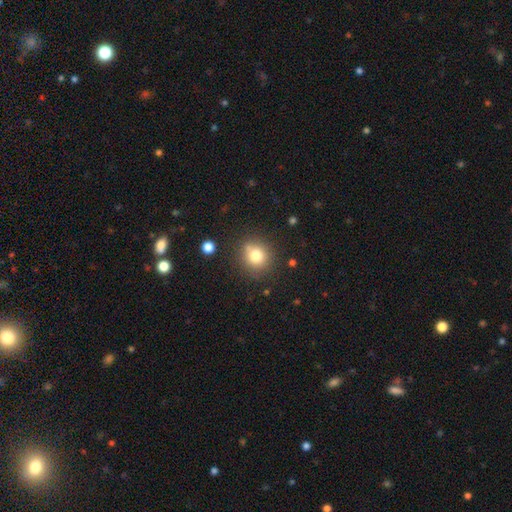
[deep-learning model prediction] Morphology: type=smooth (78%); roundness=round (87%); merging=none (79%).